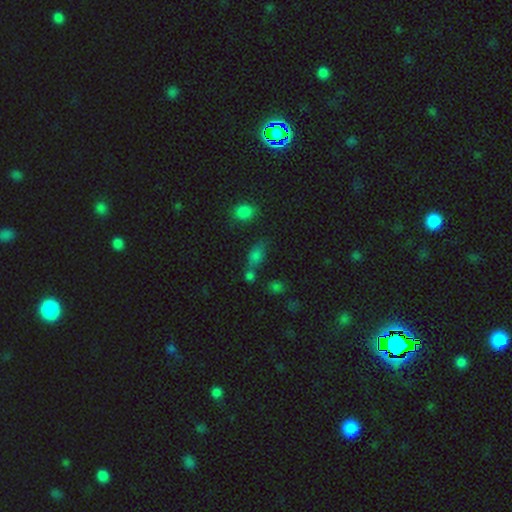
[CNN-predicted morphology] A smooth galaxy with no disk features (71%) that is in between round and cigar-shaped (74%).

Vote fractions:
- Smooth or featured? smooth: 71% / star or artifact: 18% / featured or disk: 11%
- How rounded? in between: 74% / round: 15% / cigar-shaped: 11%
- Merging? none: 45% / merger: 30% / minor disturbance: 16% / major disturbance: 8%